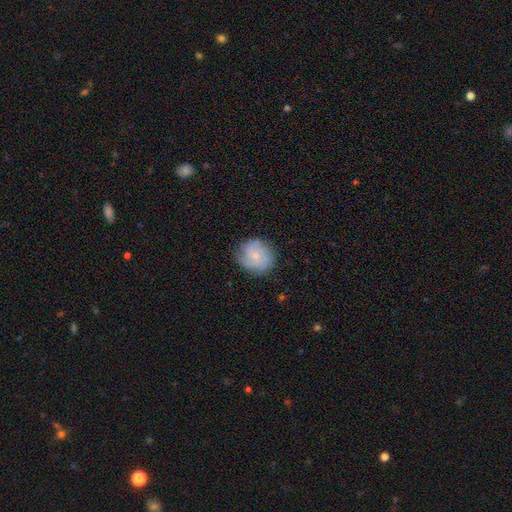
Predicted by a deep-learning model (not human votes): The model was most divided on "smooth or featured": featured or disk: 57%, smooth: 35%, star or artifact: 8%. More confident: edge-on disk — no (98%); spiral arms — yes (88%); bar — no (79%); merging — none (77%); bulge size — small (64%).